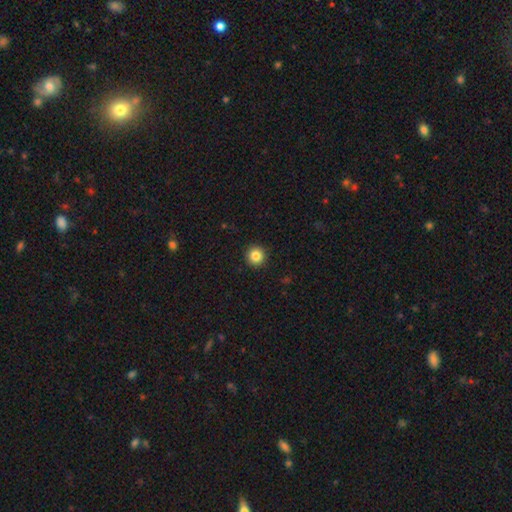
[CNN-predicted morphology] A smooth galaxy with no disk features (85%) that is round (95%).

Vote fractions:
- Smooth or featured? smooth: 85% / star or artifact: 10% / featured or disk: 5%
- How rounded? round: 95% / in between: 4% / cigar-shaped: 1%
- Merging? none: 93% / minor disturbance: 5% / major disturbance: 2% / merger: 1%